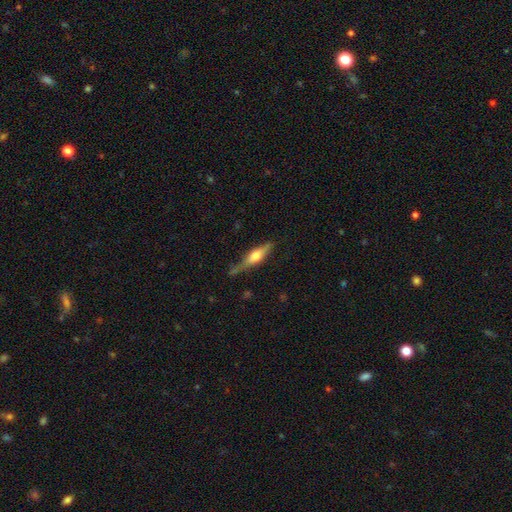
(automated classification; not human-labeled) A featured or disk galaxy (56%) viewed edge-on (93%) with a rounded central bulge (90%). Merging: none (67%).